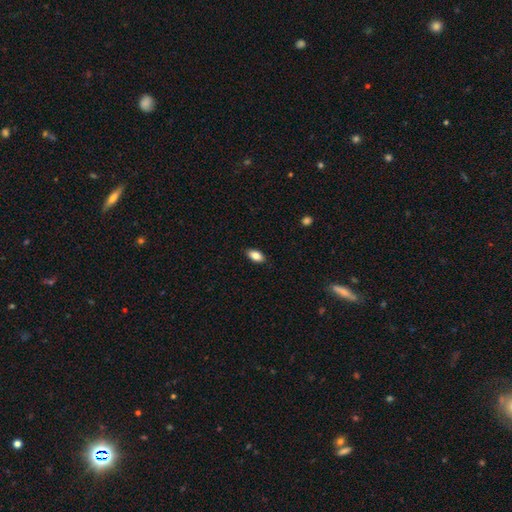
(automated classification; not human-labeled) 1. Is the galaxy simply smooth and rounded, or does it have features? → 84% smooth, 9% featured or disk, 7% star or artifact.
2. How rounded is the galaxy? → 91% in between, 6% cigar-shaped, 4% round.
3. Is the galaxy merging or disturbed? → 88% none, 9% minor disturbance, 2% major disturbance, 1% merger.